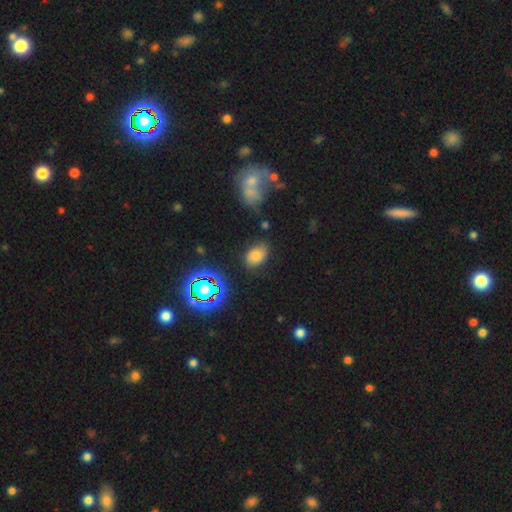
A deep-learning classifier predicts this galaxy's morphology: smooth_or_featured: smooth (p=0.69) [alt: star or artifact p=0.18]
how_rounded: in between (p=0.75) [alt: round p=0.24]
merging: none (p=0.73) [alt: minor disturbance p=0.18]